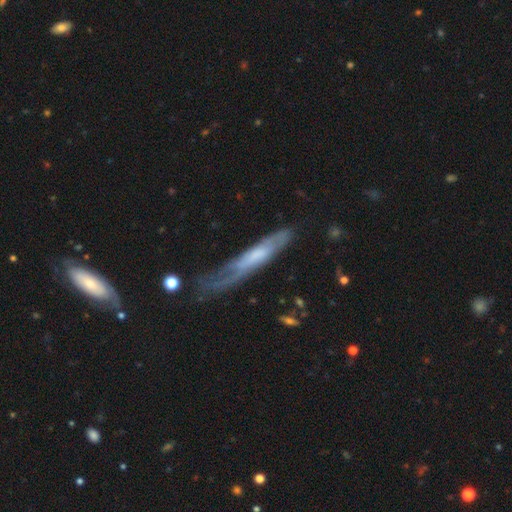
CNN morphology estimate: featured or disk 59%, smooth 34%, star or artifact 7%. Down the decision tree: edge-on disk — yes (57%); merging — none (43%).